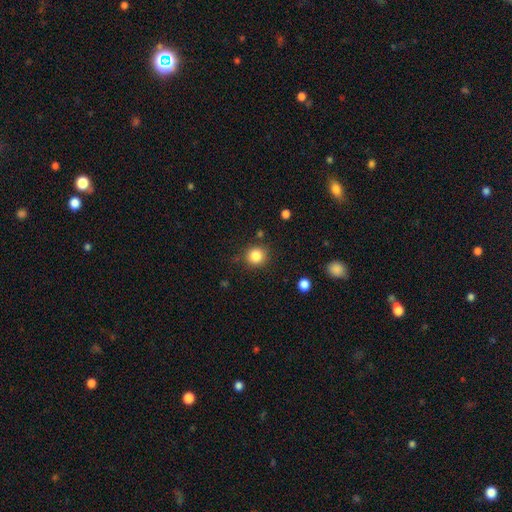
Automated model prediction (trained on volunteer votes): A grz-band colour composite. It shows a smooth galaxy with no disk features (84%) that is round (90%). Merging: none (84%).